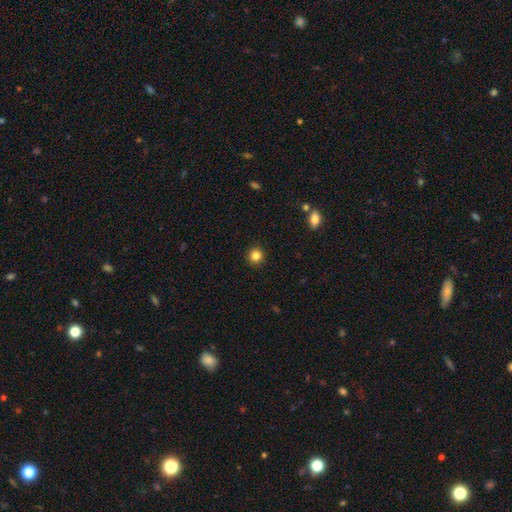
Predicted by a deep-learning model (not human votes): Overall: smooth (84%). How rounded: round (93%). Merging: none (92%).